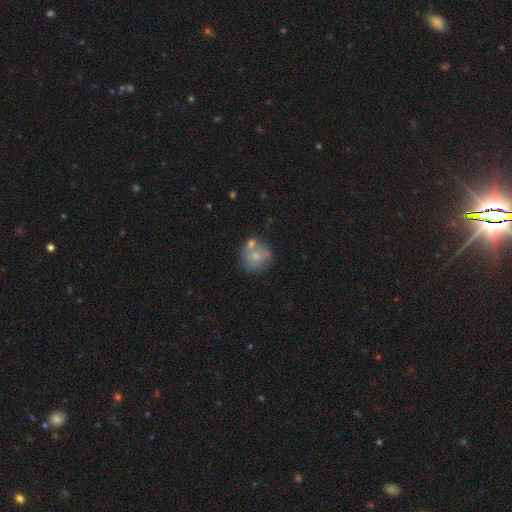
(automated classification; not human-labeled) A smooth galaxy with no disk features (72%) that is round (89%). Merging: none (59%).